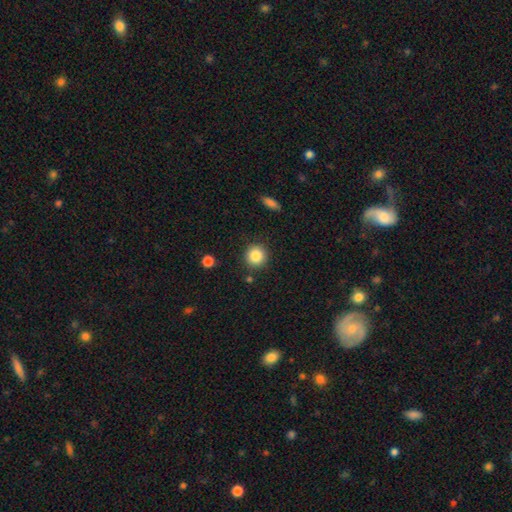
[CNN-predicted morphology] Q: Smooth or featured?
A: smooth (85%); runner-up: star or artifact (10%)
Q: How rounded?
A: round (93%); runner-up: in between (6%)
Q: Merging?
A: none (88%); runner-up: minor disturbance (7%)